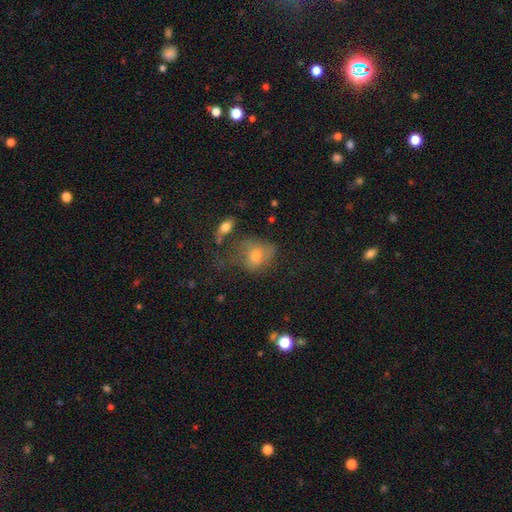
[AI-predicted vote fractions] This is likely a smooth galaxy (63%). How rounded: possibly round (50%). Merging: marginally none (34%).